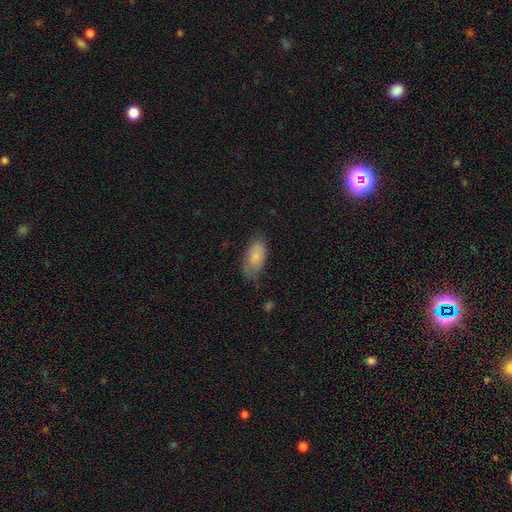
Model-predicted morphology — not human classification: smooth_or_featured: smooth (p=0.78) [alt: featured or disk p=0.15]
how_rounded: in between (p=0.93) [alt: round p=0.03]
merging: none (p=0.54) [alt: minor disturbance p=0.33]